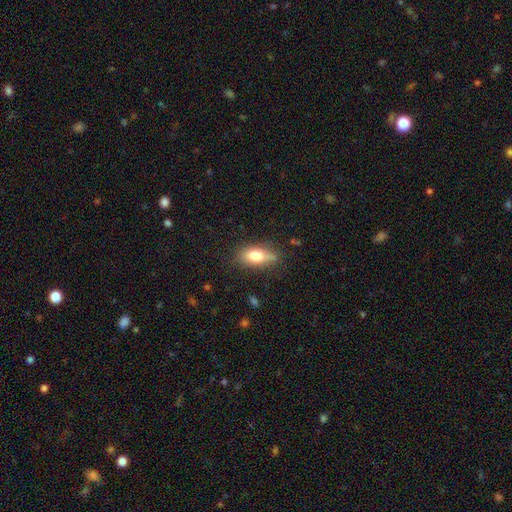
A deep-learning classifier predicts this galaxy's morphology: Smooth or featured? Predicted: smooth (p=0.73). How rounded? Predicted: in between (p=0.81). Merging? Predicted: none (p=0.71).